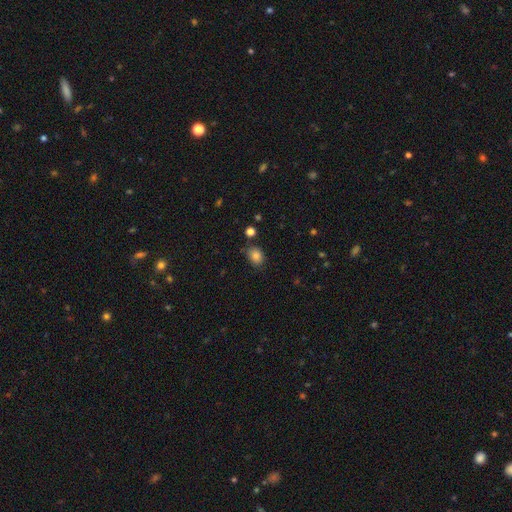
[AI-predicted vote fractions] Smooth or featured? Predicted: smooth (p=0.84). How rounded? Predicted: in between (p=0.59). Merging? Predicted: none (p=0.77).